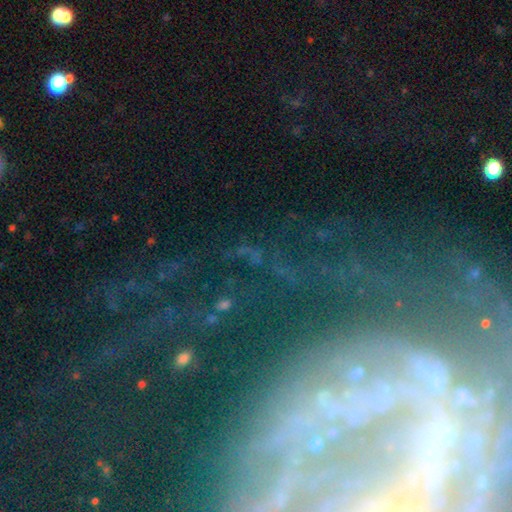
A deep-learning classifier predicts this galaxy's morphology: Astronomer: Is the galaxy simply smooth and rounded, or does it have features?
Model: featured or disk — 46% (runner-up: star or artifact, 39%).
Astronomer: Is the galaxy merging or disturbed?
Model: none — 63%.